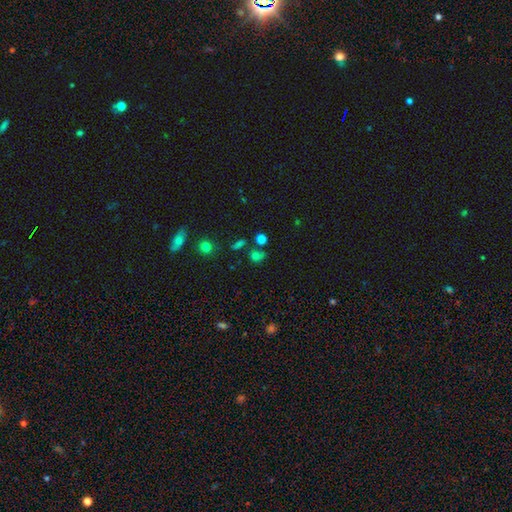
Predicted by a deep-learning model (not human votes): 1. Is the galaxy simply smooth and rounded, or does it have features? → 67% smooth, 23% star or artifact, 10% featured or disk.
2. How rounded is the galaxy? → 69% round, 29% in between, 2% cigar-shaped.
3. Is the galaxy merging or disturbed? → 56% none, 19% merger, 17% minor disturbance, 9% major disturbance.